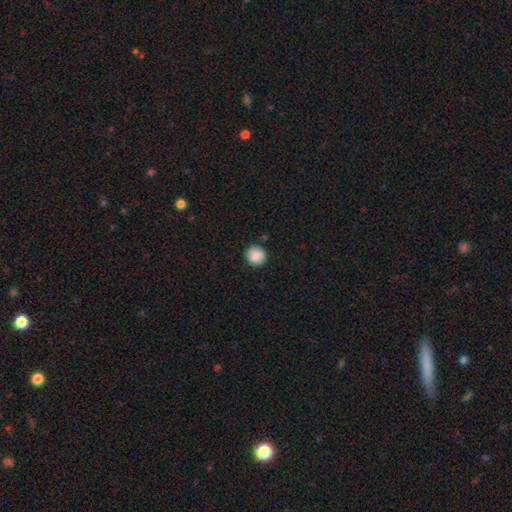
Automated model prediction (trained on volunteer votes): Smooth or featured?
  - smooth: 87% *
  - star or artifact: 8%
  - featured or disk: 5%
How rounded?
  - round: 94% *
  - in between: 5%
  - cigar-shaped: 1%
Merging?
  - none: 87% *
  - minor disturbance: 9%
  - major disturbance: 2%
  - merger: 2%